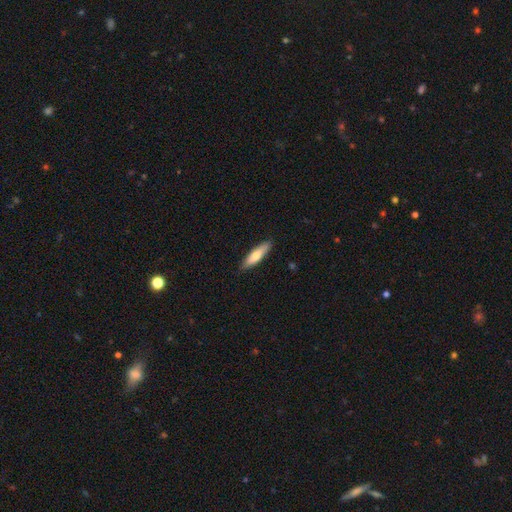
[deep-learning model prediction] smooth-or-featured: smooth: 68% | featured or disk: 26% | star or artifact: 5%
  how-rounded: cigar-shaped: 72% | in between: 27% | round: 2%
  merging: none: 88% | minor disturbance: 10% | major disturbance: 2% | merger: 1%